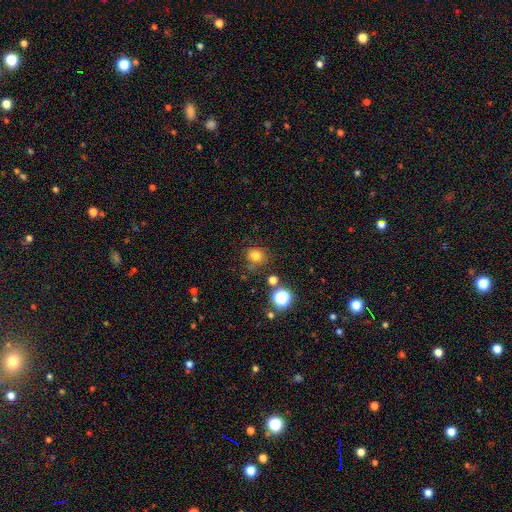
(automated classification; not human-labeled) A smooth galaxy with no disk features (76%) that is round (77%).

Vote fractions:
- Smooth or featured? smooth: 76% / star or artifact: 17% / featured or disk: 7%
- How rounded? round: 77% / in between: 22% / cigar-shaped: 1%
- Merging? none: 72% / minor disturbance: 16% / merger: 6% / major disturbance: 6%